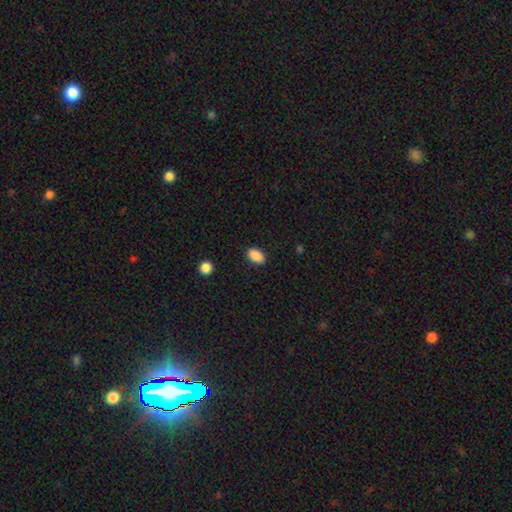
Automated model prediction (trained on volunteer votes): Smooth or featured? Predicted: smooth (p=0.89). How rounded? Predicted: in between (p=0.90). Merging? Predicted: none (p=0.89).